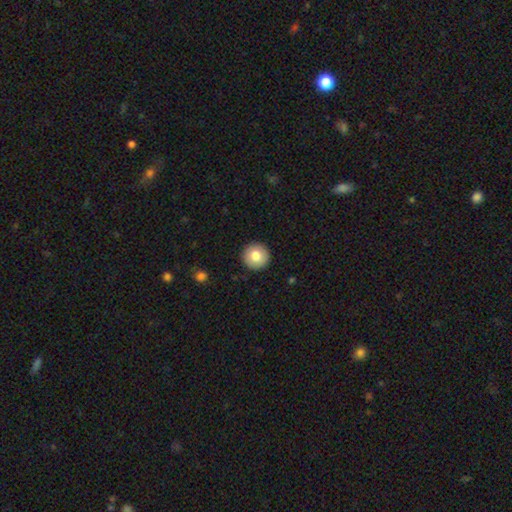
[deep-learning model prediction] Q: Smooth or featured?
A: smooth (79%); runner-up: featured or disk (14%)
Q: How rounded?
A: round (95%); runner-up: in between (4%)
Q: Merging?
A: none (92%); runner-up: minor disturbance (5%)